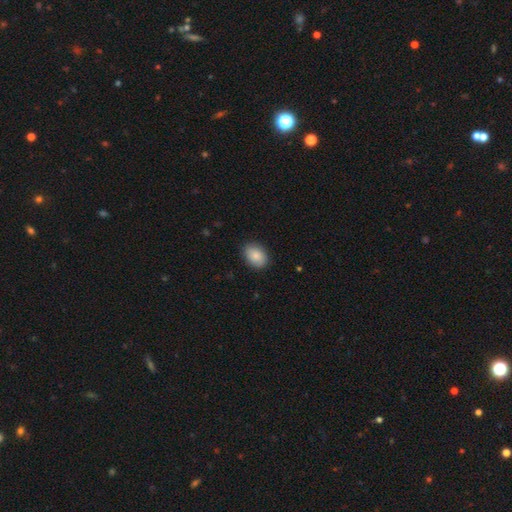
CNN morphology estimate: smooth 87%, star or artifact 7%, featured or disk 7%. Down the decision tree: how rounded — in between (77%); merging — none (85%).